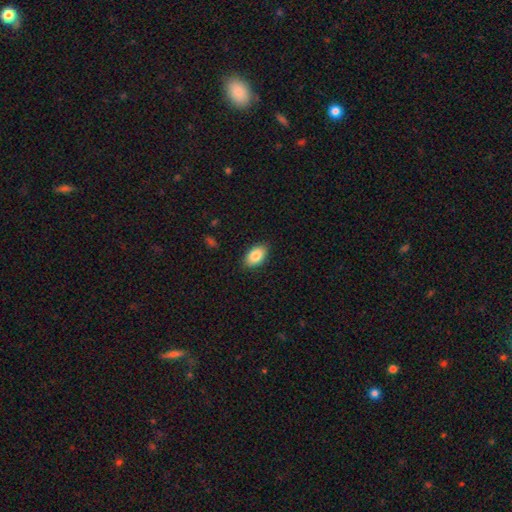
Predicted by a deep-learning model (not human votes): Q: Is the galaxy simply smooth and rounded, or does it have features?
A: smooth — 85%.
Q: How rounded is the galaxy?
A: in between — 92%.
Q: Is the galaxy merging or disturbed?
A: none — 88%.